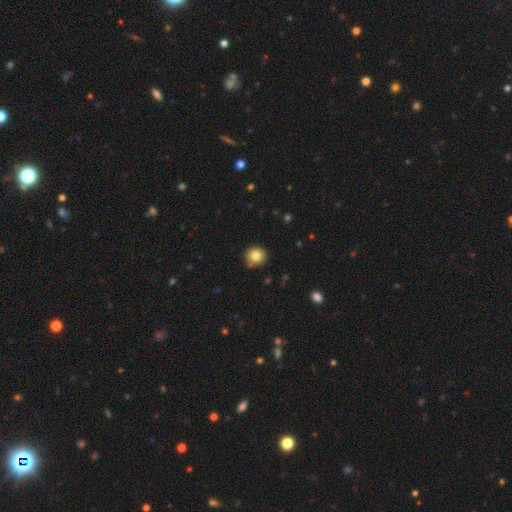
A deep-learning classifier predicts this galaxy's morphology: This is clearly a smooth galaxy (82%). How rounded: clearly round (92%). Merging: clearly none (87%).